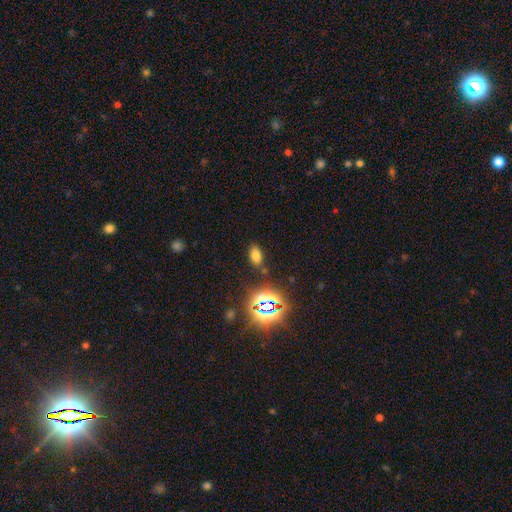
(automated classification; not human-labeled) Smooth or featured?
  - smooth: 66% *
  - star or artifact: 26%
  - featured or disk: 8%
How rounded?
  - in between: 88% *
  - round: 9%
  - cigar-shaped: 3%
Merging?
  - none: 79% *
  - minor disturbance: 12%
  - merger: 5%
  - major disturbance: 4%